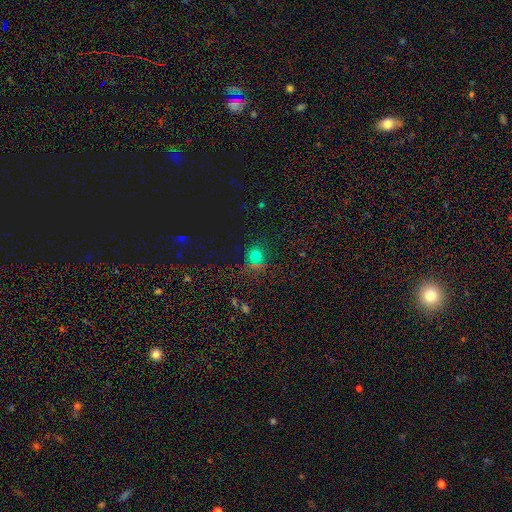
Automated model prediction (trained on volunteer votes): Smooth or featured? Predicted: smooth (p=0.62). How rounded? Predicted: round (p=0.80). Merging? Predicted: none (p=0.70).